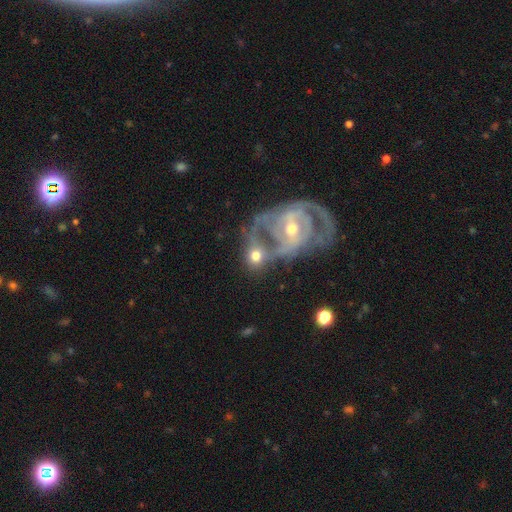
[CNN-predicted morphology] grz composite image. It shows a smooth galaxy with no disk features (50%). Merging: merger (47%).